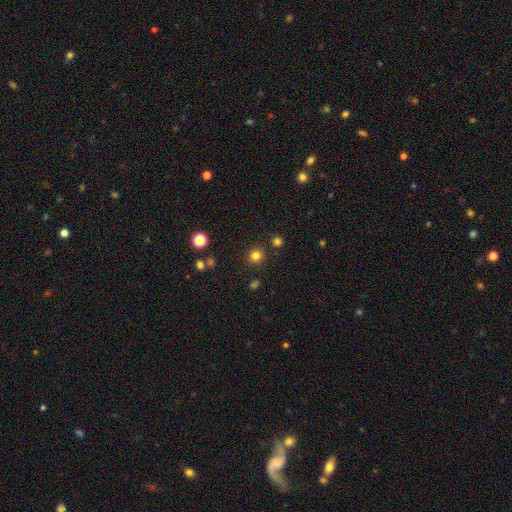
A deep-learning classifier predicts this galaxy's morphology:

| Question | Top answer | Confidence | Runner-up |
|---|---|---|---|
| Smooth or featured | smooth | 80% | star or artifact (15%) |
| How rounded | round | 94% | in between (5%) |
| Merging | none | 89% | minor disturbance (5%) |